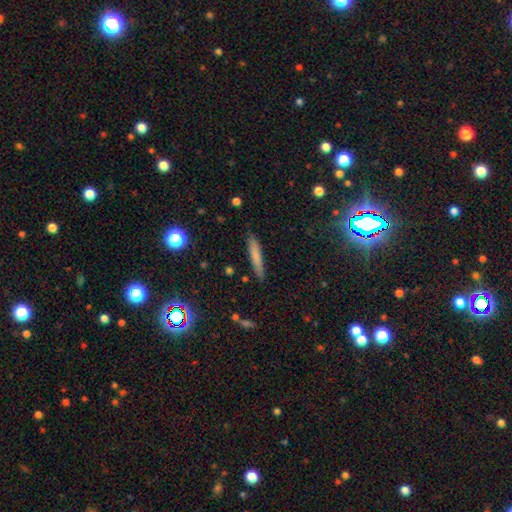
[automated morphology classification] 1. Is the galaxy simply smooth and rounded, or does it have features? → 70% smooth, 21% featured or disk, 9% star or artifact.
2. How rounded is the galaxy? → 92% cigar-shaped, 6% in between, 2% round.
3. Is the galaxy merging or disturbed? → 87% none, 10% minor disturbance, 2% major disturbance, 2% merger.